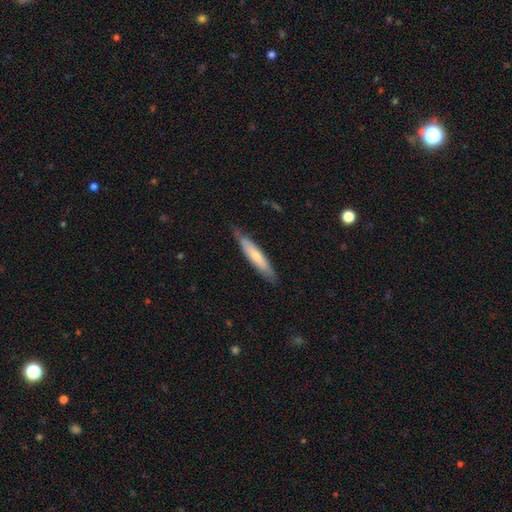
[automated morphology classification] Smooth or featured? Predicted: smooth (p=0.60). How rounded? Predicted: cigar-shaped (p=0.88). Merging? Predicted: none (p=0.78).